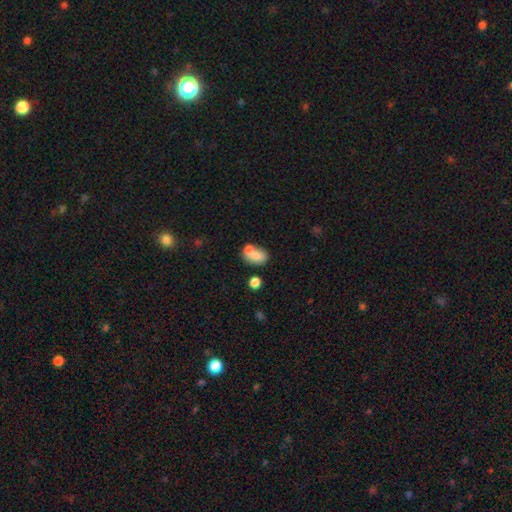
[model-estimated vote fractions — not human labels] This appears to be a smooth galaxy with no disk features (75%) that is in between round and cigar-shaped (79%). Merging: merger (49%).